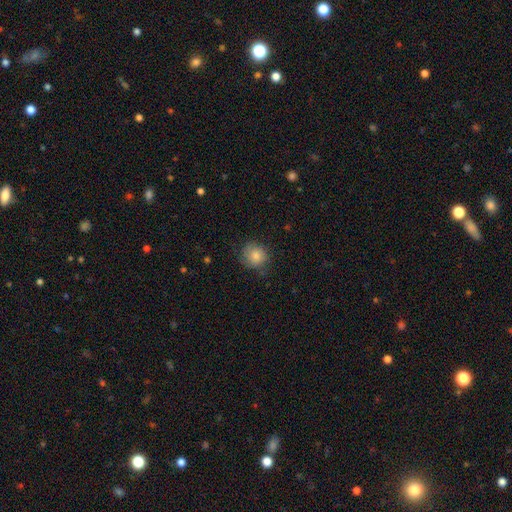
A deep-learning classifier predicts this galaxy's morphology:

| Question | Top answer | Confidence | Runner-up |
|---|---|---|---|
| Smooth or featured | smooth | 76% | featured or disk (16%) |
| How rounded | round | 84% | in between (15%) |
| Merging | none | 70% | minor disturbance (22%) |